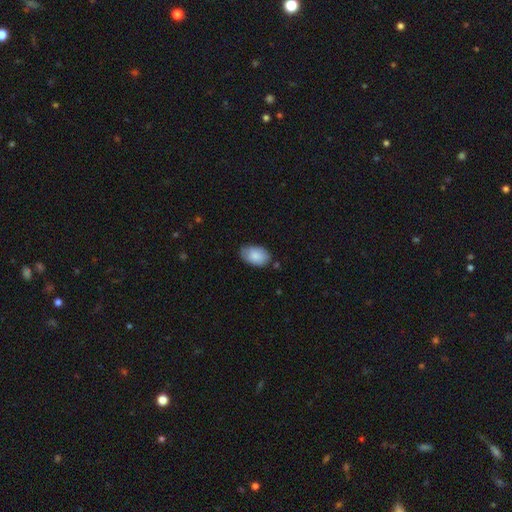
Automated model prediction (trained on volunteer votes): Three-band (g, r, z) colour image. It shows a smooth galaxy with no disk features (85%) that is in between round and cigar-shaped (92%). Merging: none (75%).